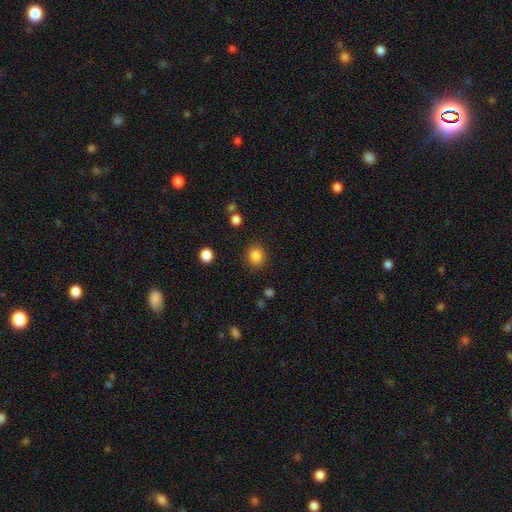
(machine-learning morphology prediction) Smooth or featured?
  - smooth: 85% *
  - star or artifact: 11%
  - featured or disk: 4%
How rounded?
  - round: 73% *
  - in between: 26%
  - cigar-shaped: 1%
Merging?
  - none: 86% *
  - minor disturbance: 9%
  - major disturbance: 3%
  - merger: 2%